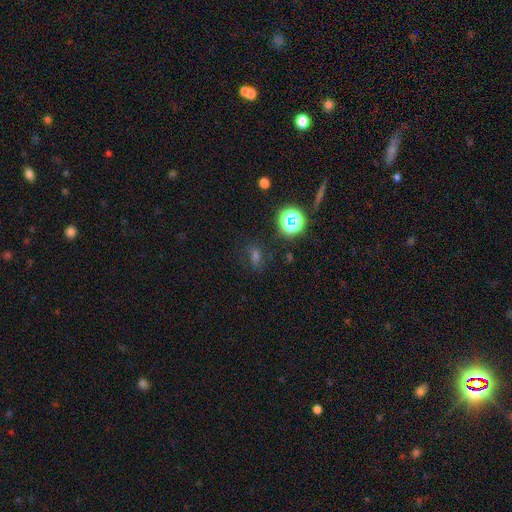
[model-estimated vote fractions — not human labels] smooth-or-featured: star or artifact: 43% | smooth: 39% | featured or disk: 18%